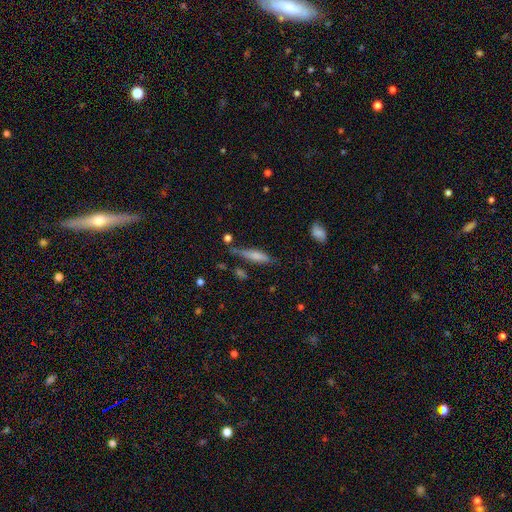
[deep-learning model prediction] The model was most divided on "merging": none: 59%, minor disturbance: 26%, major disturbance: 8%, merger: 7%. More confident: how rounded — cigar-shaped (71%); smooth or featured — smooth (69%).